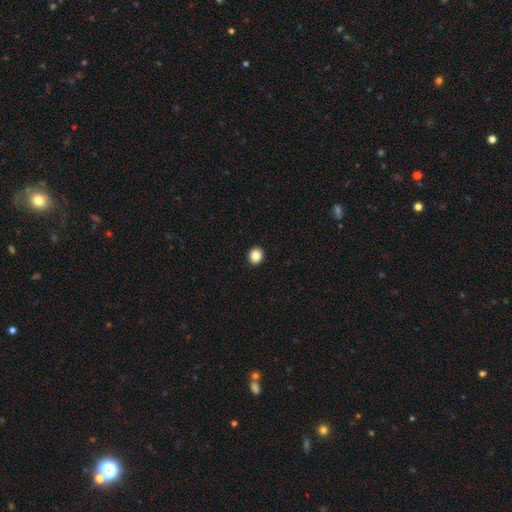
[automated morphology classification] Smooth or featured: smooth — 86% (star or artifact — 10%)
How rounded: round — 70% (in between — 29%)
Merging: none — 93% (minor disturbance — 5%)